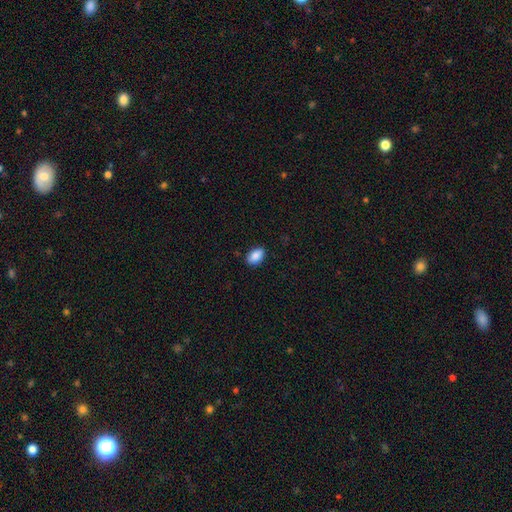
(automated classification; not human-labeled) smooth 89%, star or artifact 7%, featured or disk 4%. Down the decision tree: how rounded — in between (91%); merging — none (87%).